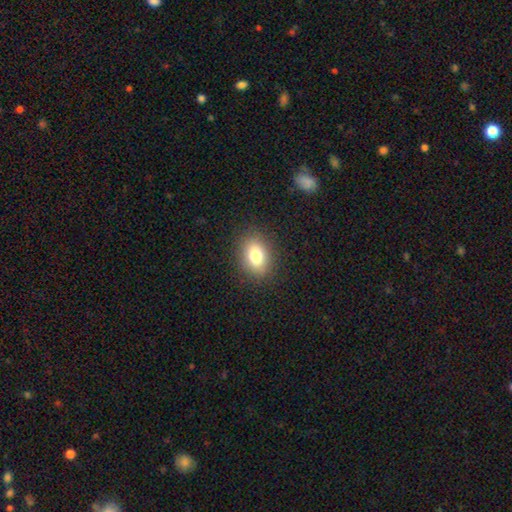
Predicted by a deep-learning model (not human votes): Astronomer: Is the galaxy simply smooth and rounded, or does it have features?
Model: smooth — 79%.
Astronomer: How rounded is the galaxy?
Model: in between — 74%.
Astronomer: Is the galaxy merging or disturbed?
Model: none — 87%.